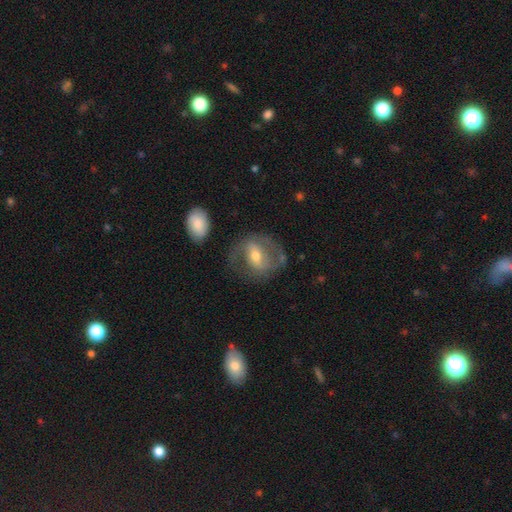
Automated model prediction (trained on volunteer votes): Q: Smooth or featured?
A: featured or disk (70%); runner-up: smooth (23%)
Q: Edge-on disk?
A: no (96%); runner-up: yes (4%)
Q: Bar?
A: weak (41%); runner-up: strong (36%)
Q: Spiral arms?
A: yes (79%); runner-up: no (21%)
Q: Spiral winding?
A: medium (50%); runner-up: loose (25%)
Q: Spiral arm count?
A: 2 (82%); runner-up: can't tell (10%)
Q: Bulge size?
A: moderate (61%); runner-up: small (31%)
Q: Merging?
A: none (66%); runner-up: minor disturbance (18%)